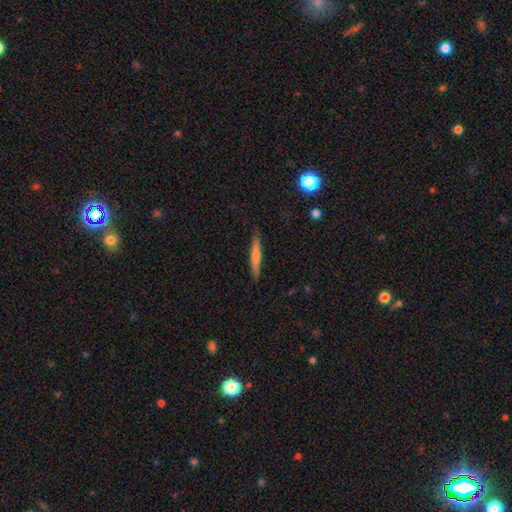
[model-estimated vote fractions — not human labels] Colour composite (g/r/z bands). It shows a featured or disk galaxy (49%). Merging: none (88%).